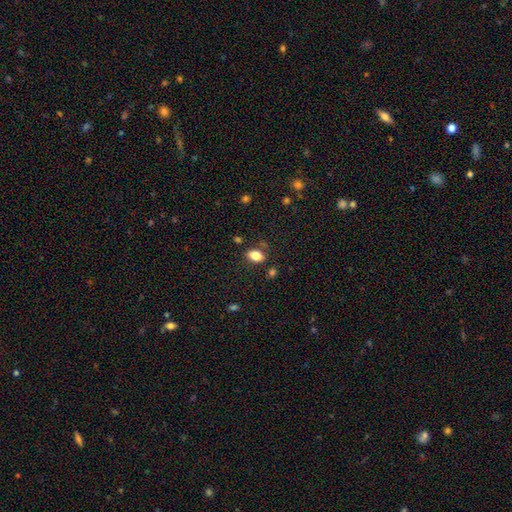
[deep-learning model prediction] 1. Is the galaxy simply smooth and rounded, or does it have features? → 83% smooth, 9% star or artifact, 8% featured or disk.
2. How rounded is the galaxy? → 88% in between, 9% round, 3% cigar-shaped.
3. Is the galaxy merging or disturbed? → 81% none, 12% minor disturbance, 3% merger, 3% major disturbance.